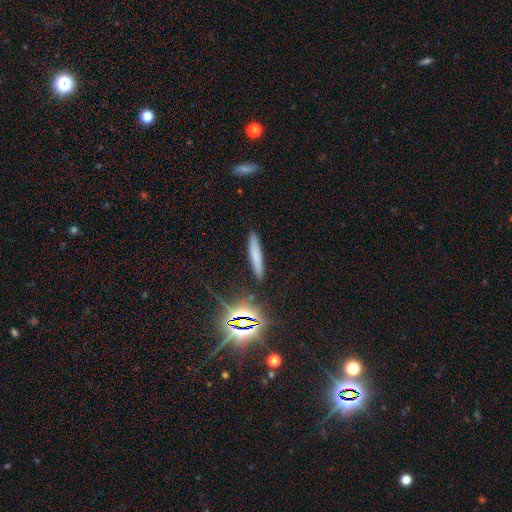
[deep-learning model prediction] A smooth galaxy with no disk features (64%) that is cigar-shaped (93%).

Vote fractions:
- Smooth or featured? smooth: 64% / featured or disk: 19% / star or artifact: 17%
- How rounded? cigar-shaped: 93% / in between: 6% / round: 2%
- Merging? none: 88% / minor disturbance: 8% / major disturbance: 2% / merger: 2%